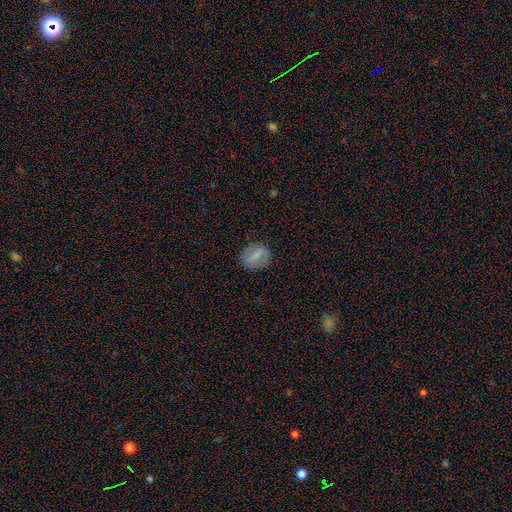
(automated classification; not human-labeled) Smooth or featured: smooth — 61% (featured or disk — 29%)
How rounded: round — 55% (in between — 43%)
Merging: none — 78% (minor disturbance — 15%)